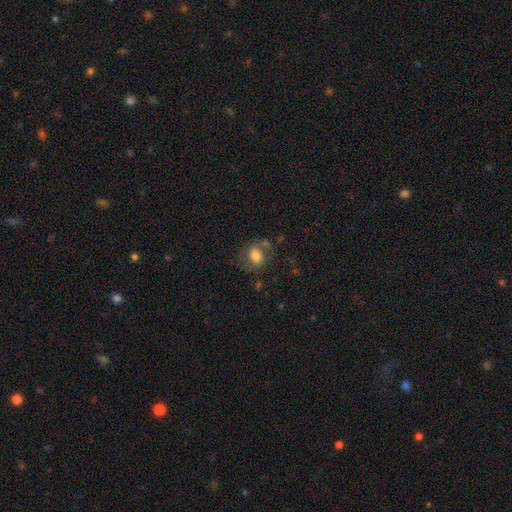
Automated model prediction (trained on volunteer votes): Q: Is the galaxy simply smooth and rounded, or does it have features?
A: smooth — 67%.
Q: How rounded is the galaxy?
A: in between — 57%.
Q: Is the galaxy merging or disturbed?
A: none — 57%.